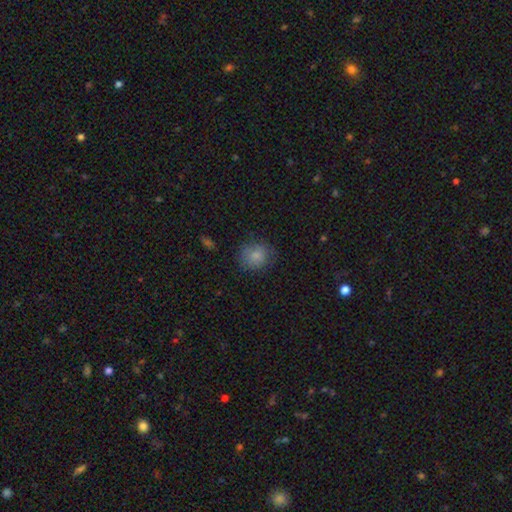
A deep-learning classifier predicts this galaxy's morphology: smooth 82%, star or artifact 9%, featured or disk 8%. Down the decision tree: how rounded — round (83%); merging — none (76%).